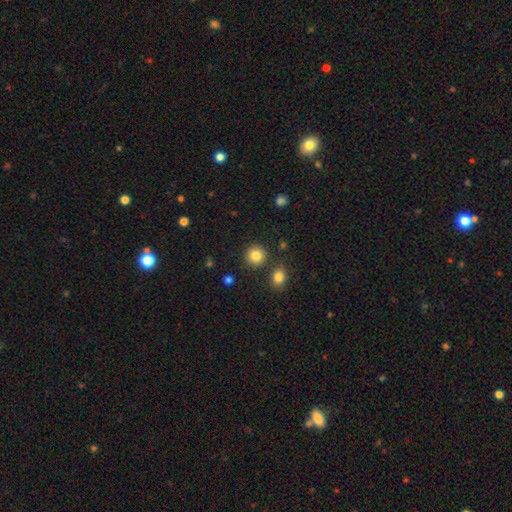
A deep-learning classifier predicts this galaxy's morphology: smooth_or_featured: smooth (p=0.84) [alt: star or artifact p=0.10]
how_rounded: round (p=0.91) [alt: in between p=0.08]
merging: none (p=0.85) [alt: minor disturbance p=0.07]